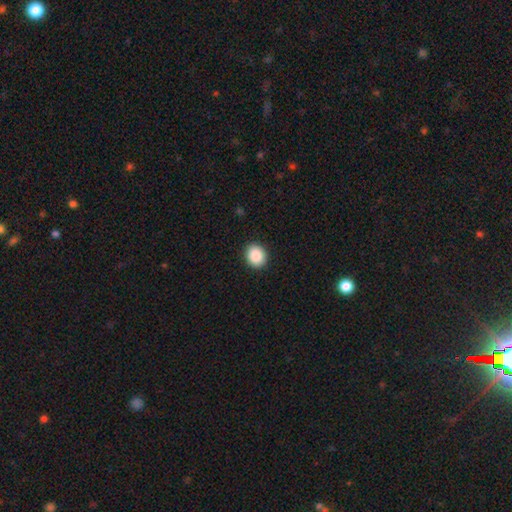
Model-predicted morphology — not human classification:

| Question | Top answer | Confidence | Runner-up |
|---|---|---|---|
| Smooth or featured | smooth | 89% | star or artifact (8%) |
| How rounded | round | 66% | in between (34%) |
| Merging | none | 91% | minor disturbance (6%) |